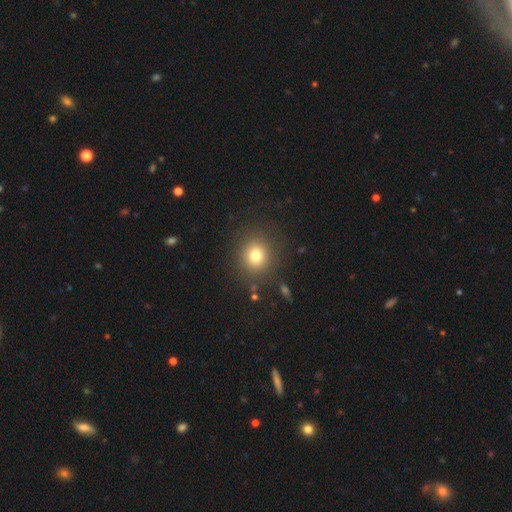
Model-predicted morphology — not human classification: Smooth or featured? Predicted: smooth (p=0.77). How rounded? Predicted: round (p=0.86). Merging? Predicted: none (p=0.87).